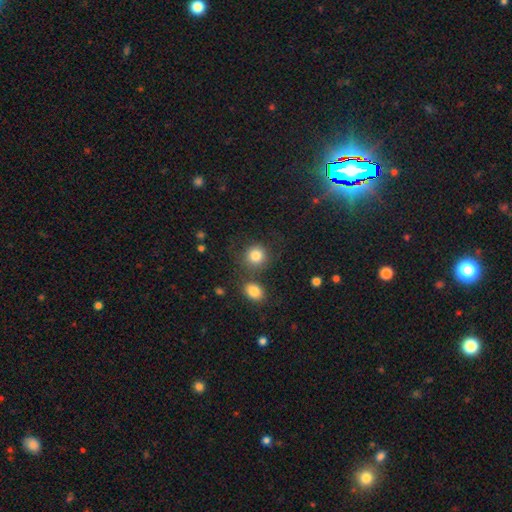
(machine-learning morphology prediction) Smooth or featured? smooth (84%)
How rounded? round (86%)
Merging? none (70%)